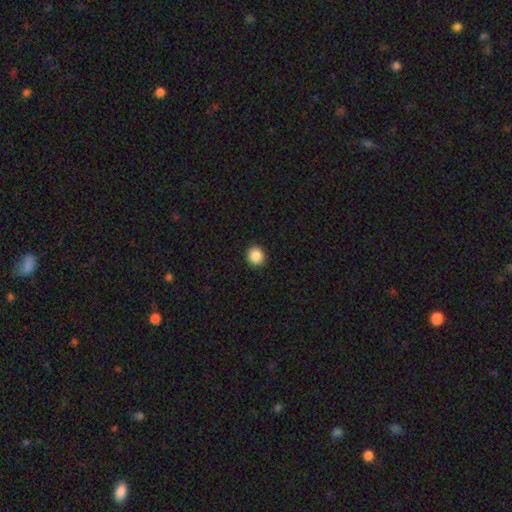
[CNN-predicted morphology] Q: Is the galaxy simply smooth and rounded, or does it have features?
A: smooth — 88%.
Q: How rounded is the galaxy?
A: round — 88%.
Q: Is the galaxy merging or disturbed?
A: none — 92%.